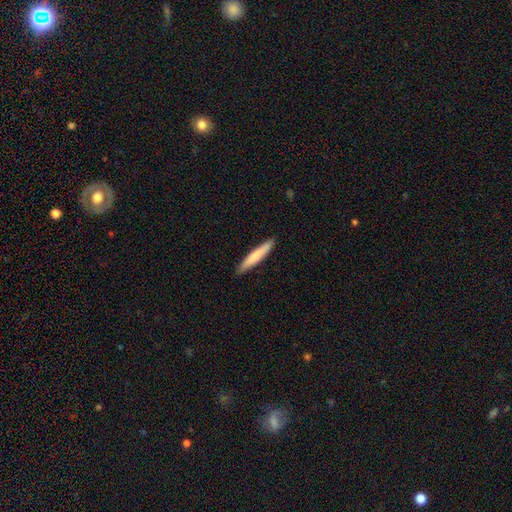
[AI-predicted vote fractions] The model was most divided on "smooth or featured": smooth: 75%, featured or disk: 20%, star or artifact: 5%. More confident: how rounded — cigar-shaped (94%); merging — none (90%).